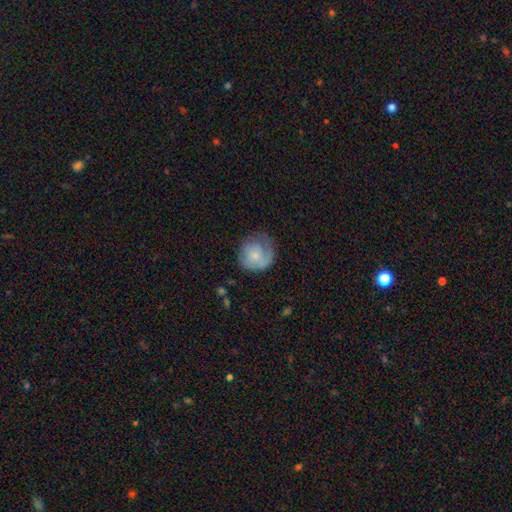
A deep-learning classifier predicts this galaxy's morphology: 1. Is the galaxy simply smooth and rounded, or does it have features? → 59% smooth, 34% featured or disk, 7% star or artifact.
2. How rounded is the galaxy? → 86% round, 13% in between, 1% cigar-shaped.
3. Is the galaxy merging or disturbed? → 53% none, 27% minor disturbance, 19% major disturbance, 2% merger.